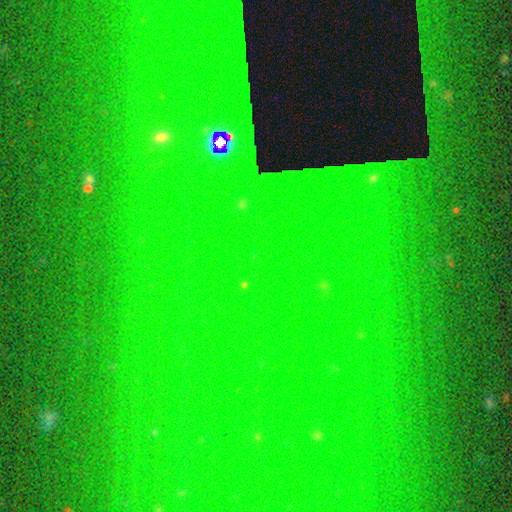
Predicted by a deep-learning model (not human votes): A star or artifact, not a galaxy (82%).

Vote fractions:
- Smooth or featured? star or artifact: 82% / smooth: 10% / featured or disk: 8%